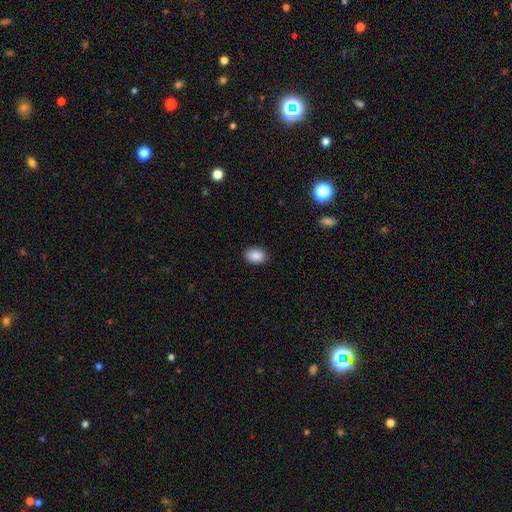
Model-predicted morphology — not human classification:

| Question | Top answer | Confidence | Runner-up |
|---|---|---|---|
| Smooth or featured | smooth | 89% | star or artifact (7%) |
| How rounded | in between | 81% | round (18%) |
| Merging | none | 88% | minor disturbance (9%) |